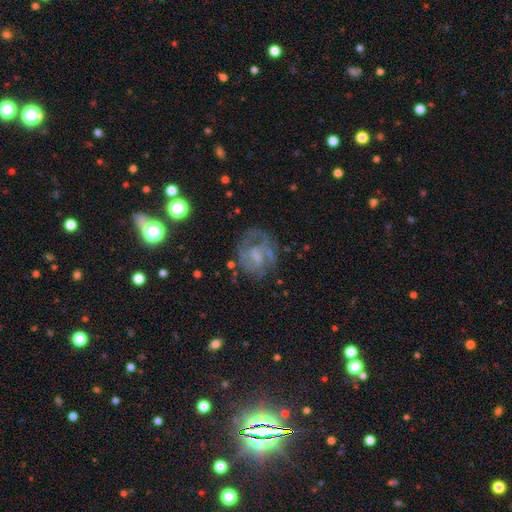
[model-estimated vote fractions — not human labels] smooth-or-featured: featured or disk: 75% | smooth: 16% | star or artifact: 10%
  disk-edge-on: no: 98% | yes: 2%
    bar: weak: 45% | no: 44% | strong: 11%
    has-spiral-arms: yes: 80% | no: 20%
      spiral-winding: medium: 44% | tight: 39% | loose: 16%
      spiral-arm-count: 2: 43% | can't tell: 31% | 3: 13% | 1: 7% | 4: 3% | more than 4: 3%
    bulge-size: small: 40% | none: 36% | moderate: 21% | large: 3% | dominant: 1%
  merging: none: 60% | minor disturbance: 19% | major disturbance: 19% | merger: 3%